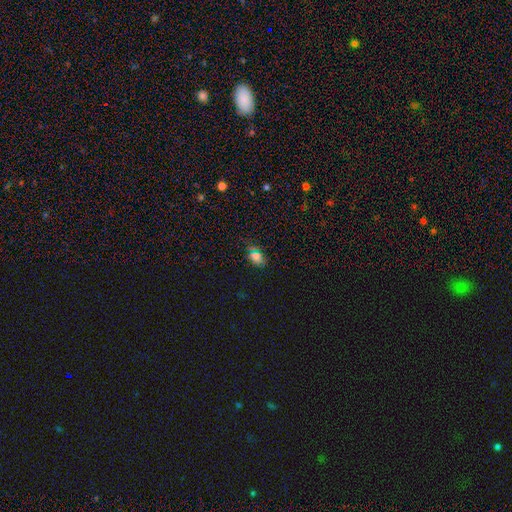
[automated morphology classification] Q: Smooth or featured?
A: smooth (65%); runner-up: star or artifact (27%)
Q: How rounded?
A: in between (80%); runner-up: round (17%)
Q: Merging?
A: none (81%); runner-up: minor disturbance (13%)